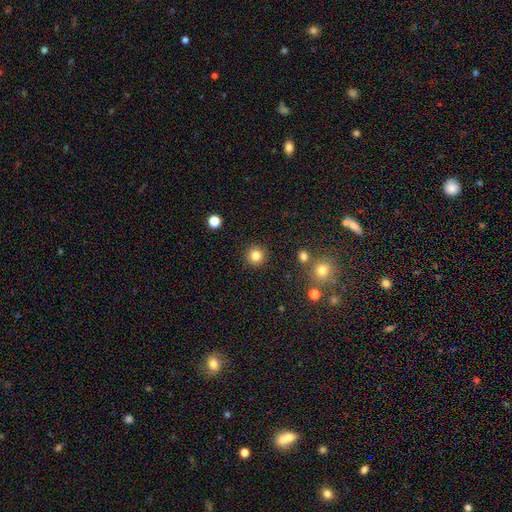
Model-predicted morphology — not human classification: This appears to be a smooth galaxy with no disk features (83%) that is round (95%). Merging: none (91%).